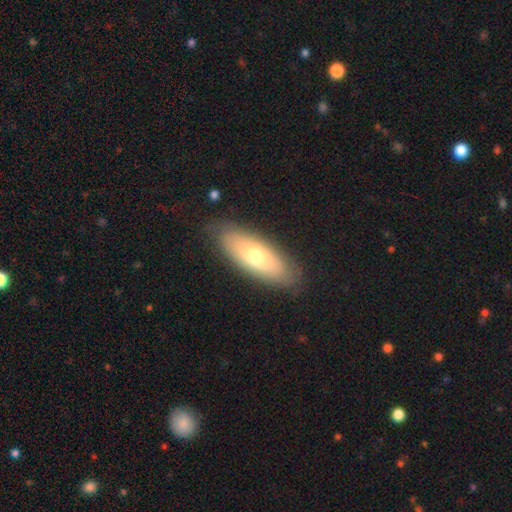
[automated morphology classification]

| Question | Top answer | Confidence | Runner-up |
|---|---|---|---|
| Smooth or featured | smooth | 65% | featured or disk (29%) |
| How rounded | in between | 74% | cigar-shaped (23%) |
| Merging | none | 84% | minor disturbance (11%) |